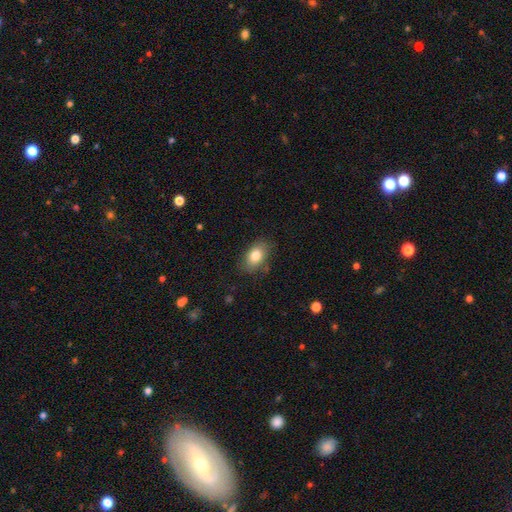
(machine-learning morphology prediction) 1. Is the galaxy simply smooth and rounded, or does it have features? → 80% smooth, 12% featured or disk, 8% star or artifact.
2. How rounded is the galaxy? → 87% in between, 12% round, 2% cigar-shaped.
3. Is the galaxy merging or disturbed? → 79% none, 16% minor disturbance, 4% major disturbance, 2% merger.